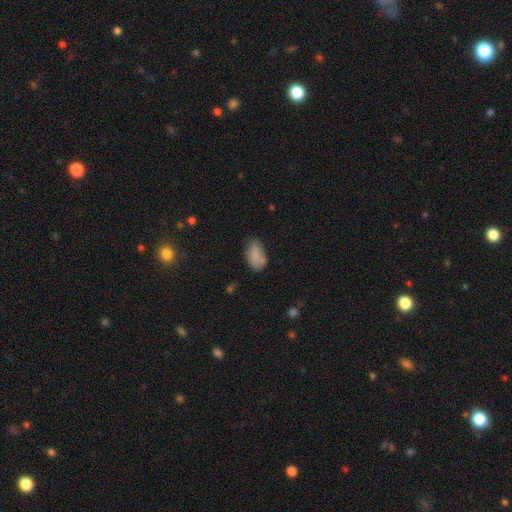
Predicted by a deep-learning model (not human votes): The model was most divided on "merging": none: 61%, minor disturbance: 28%, major disturbance: 7%, merger: 4%. More confident: how rounded — in between (93%); smooth or featured — smooth (84%).